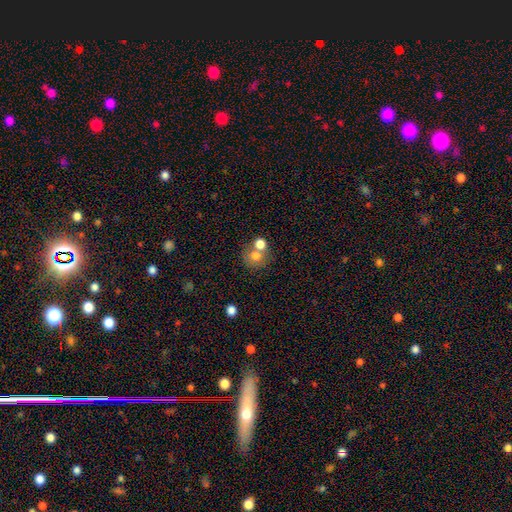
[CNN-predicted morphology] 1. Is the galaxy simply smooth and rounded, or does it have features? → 75% smooth, 13% featured or disk, 12% star or artifact.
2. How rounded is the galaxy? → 82% round, 17% in between, 1% cigar-shaped.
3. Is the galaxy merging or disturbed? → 47% none, 41% merger, 8% minor disturbance, 4% major disturbance.